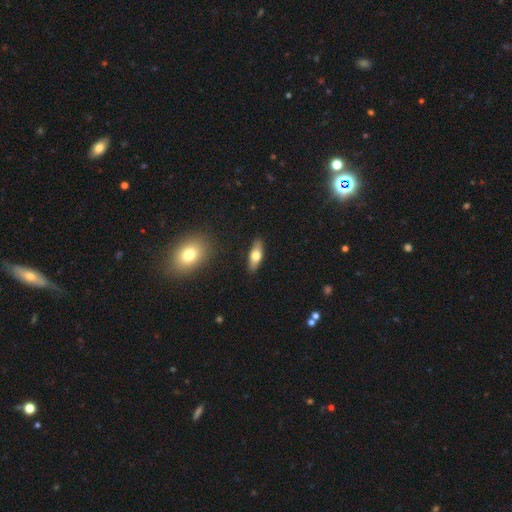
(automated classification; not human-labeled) smooth-or-featured: smooth: 62% | featured or disk: 31% | star or artifact: 6%
  how-rounded: in between: 67% | cigar-shaped: 29% | round: 4%
  merging: none: 88% | minor disturbance: 9% | major disturbance: 2% | merger: 1%